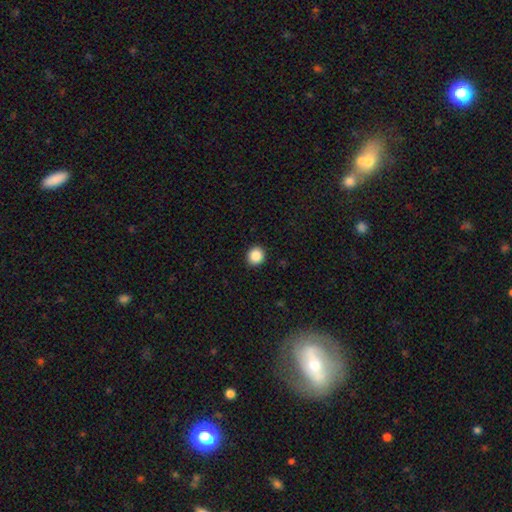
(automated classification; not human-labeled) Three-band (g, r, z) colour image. It shows a smooth galaxy with no disk features (88%) that is round (90%). Merging: none (92%).